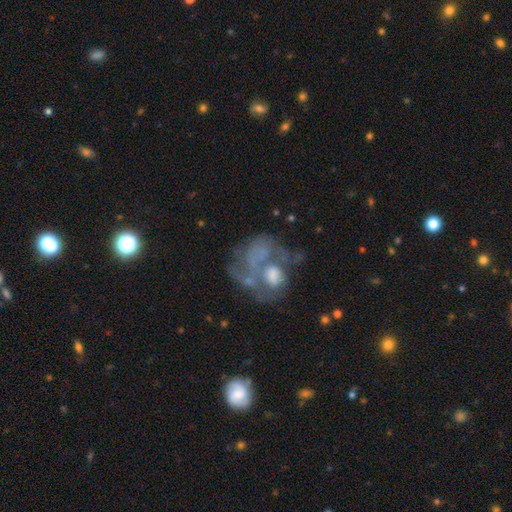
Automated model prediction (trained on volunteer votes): The model was most divided on "merging": major disturbance: 37%, merger: 28%, none: 23%, minor disturbance: 13%. Remaining: edge-on disk — no (98%); bar — no (86%); spiral arms — no (66%); smooth or featured — featured or disk (60%); bulge size — none (39%).